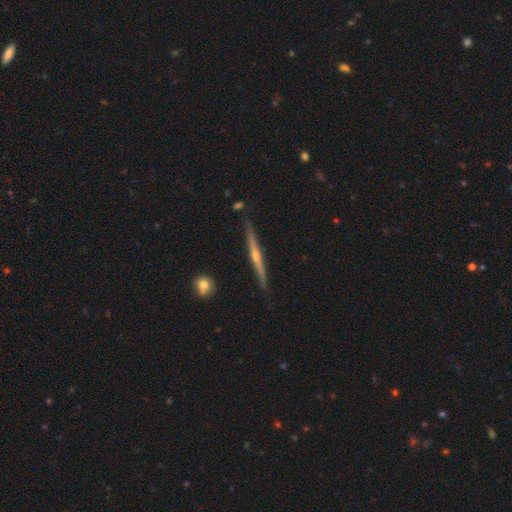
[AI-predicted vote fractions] Smooth or featured: featured or disk — 76% (smooth — 16%)
Edge-on disk: yes — 97% (no — 3%)
Edge-on bulge: rounded — 78% (none — 16%)
Merging: none — 88% (minor disturbance — 8%)